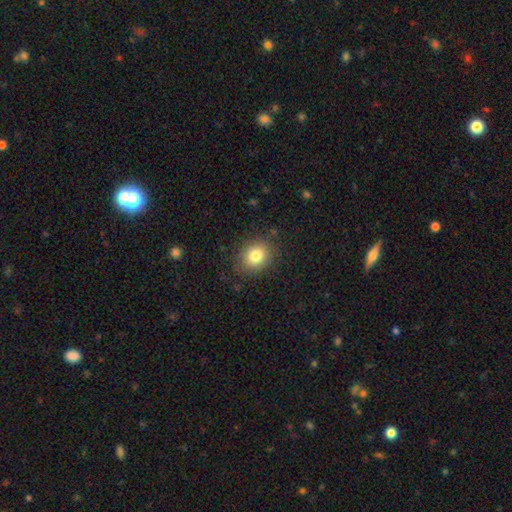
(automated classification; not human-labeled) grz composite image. It shows a smooth galaxy with no disk features (81%) that is round (62%). Merging: none (85%).